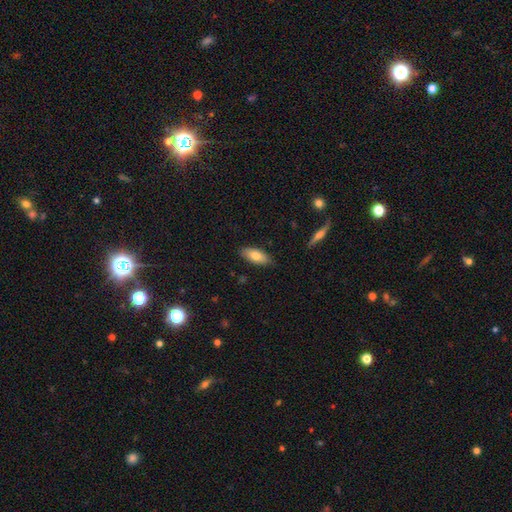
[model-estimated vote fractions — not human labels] Smooth or featured?
  - smooth: 76% *
  - featured or disk: 17%
  - star or artifact: 7%
How rounded?
  - in between: 83% *
  - cigar-shaped: 14%
  - round: 2%
Merging?
  - none: 85% *
  - minor disturbance: 11%
  - major disturbance: 2%
  - merger: 1%